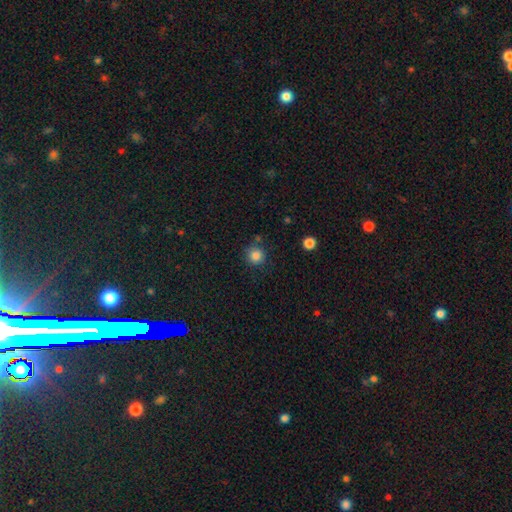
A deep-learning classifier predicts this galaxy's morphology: A smooth galaxy with no disk features (84%) that is round (94%). Merging: none (81%).